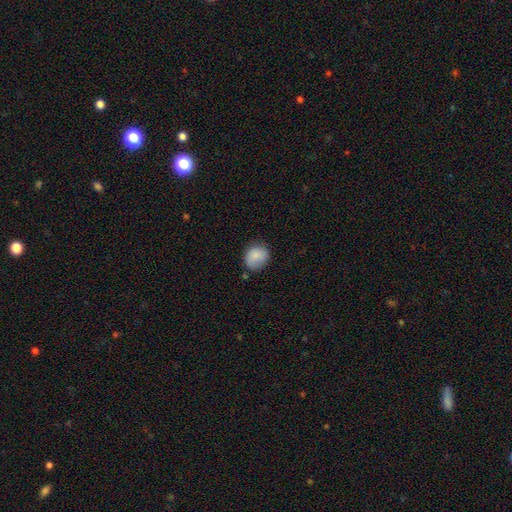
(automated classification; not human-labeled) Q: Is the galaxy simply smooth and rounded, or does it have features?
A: smooth — 85%.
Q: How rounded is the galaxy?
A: round — 68%.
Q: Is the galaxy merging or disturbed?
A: none — 69%.